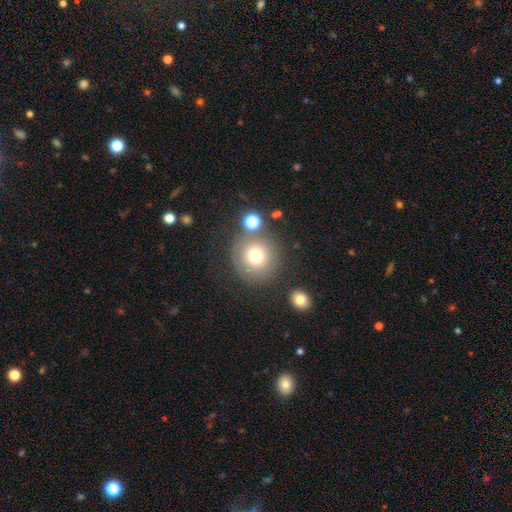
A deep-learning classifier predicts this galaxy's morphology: type=smooth (73%); roundness=round (92%); merging=none (73%).